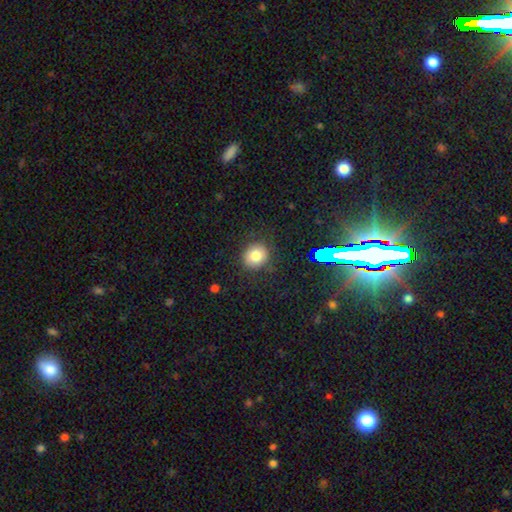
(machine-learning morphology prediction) smooth-or-featured: smooth: 79% | star or artifact: 13% | featured or disk: 8%
  how-rounded: round: 78% | in between: 21% | cigar-shaped: 1%
  merging: none: 83% | minor disturbance: 12% | major disturbance: 4% | merger: 1%